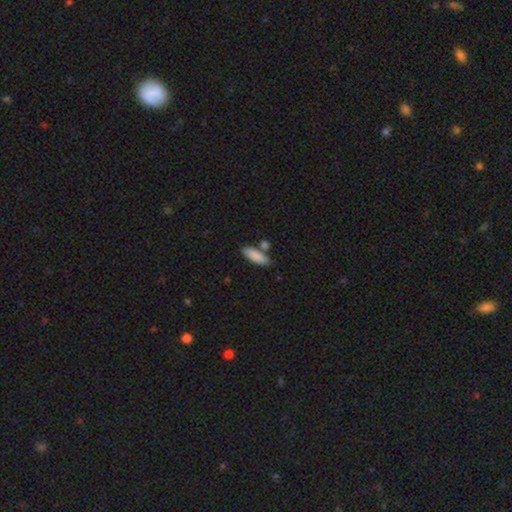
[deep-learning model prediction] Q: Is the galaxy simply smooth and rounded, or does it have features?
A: smooth — 87%.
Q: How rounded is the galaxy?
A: in between — 63%.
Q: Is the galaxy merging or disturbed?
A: none — 71%.